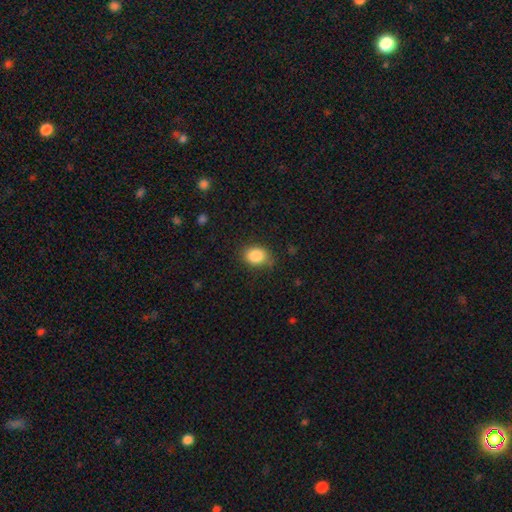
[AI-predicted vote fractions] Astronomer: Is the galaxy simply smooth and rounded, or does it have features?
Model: smooth — 85%.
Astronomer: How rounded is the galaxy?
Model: in between — 56% (runner-up: round, 43%).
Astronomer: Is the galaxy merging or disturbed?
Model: none — 75%.